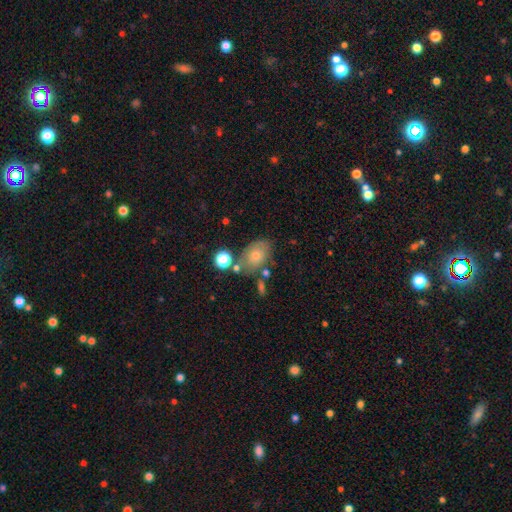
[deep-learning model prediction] smooth-or-featured: smooth: 65% | featured or disk: 23% | star or artifact: 12%
  how-rounded: in between: 79% | round: 19% | cigar-shaped: 1%
  merging: none: 64% | minor disturbance: 17% | merger: 12% | major disturbance: 6%